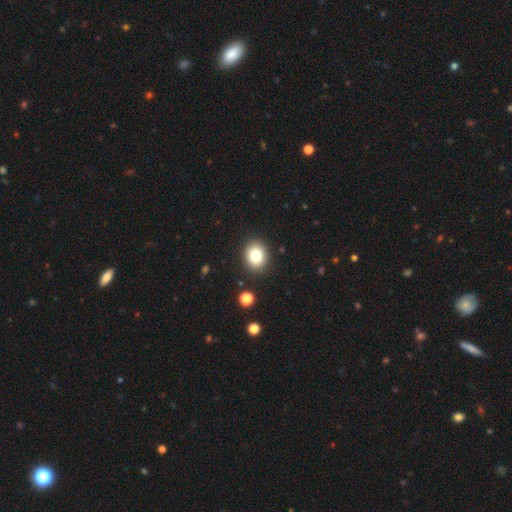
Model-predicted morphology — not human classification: Smooth or featured: smooth — 80% (star or artifact — 11%)
How rounded: round — 64% (in between — 36%)
Merging: none — 89% (minor disturbance — 7%)